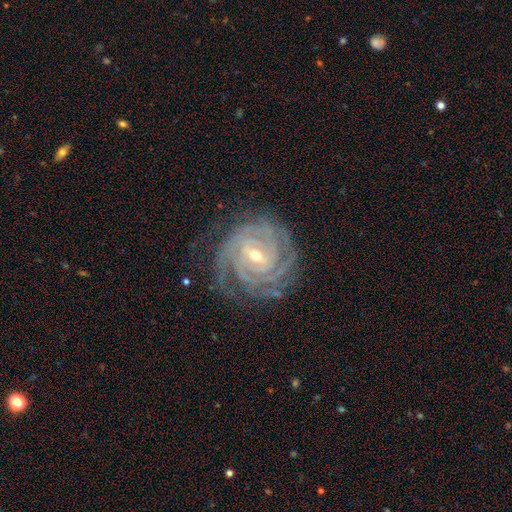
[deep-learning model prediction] A featured or disk galaxy (92%) with a weak bar (52%), 4 (27%) tight (84%) spiral arms (98%) and a small central bulge (53%).

Vote fractions:
- Smooth or featured? featured or disk: 92% / star or artifact: 5% / smooth: 4%
- Edge-on disk? no: 97% / yes: 3%
- Bar? weak: 52% / strong: 28% / no: 20%
- Spiral arms? yes: 98% / no: 2%
- Spiral winding? tight: 84% / medium: 14% / loose: 2%
- Spiral arm count? 4: 27% / 3: 24% / can't tell: 20% / 2: 15% / more than 4: 9% / 1: 7%
- Bulge size? small: 53% / moderate: 44% / large: 1% / none: 1% / dominant: 1%
- Merging? none: 76% / minor disturbance: 16% / major disturbance: 6% / merger: 1%